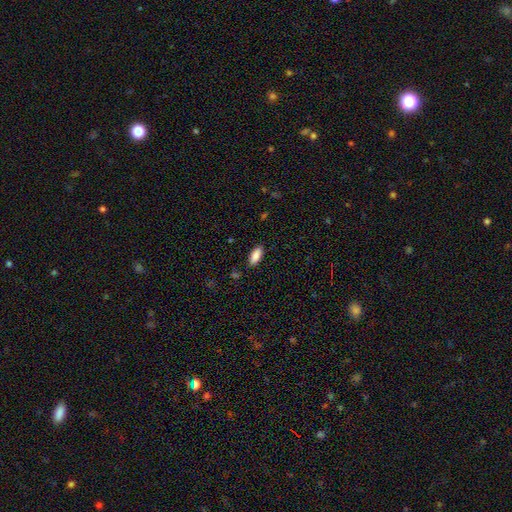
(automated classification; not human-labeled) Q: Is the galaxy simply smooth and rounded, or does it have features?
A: smooth — 87%.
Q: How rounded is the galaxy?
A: in between — 82%.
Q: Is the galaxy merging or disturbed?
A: none — 86%.